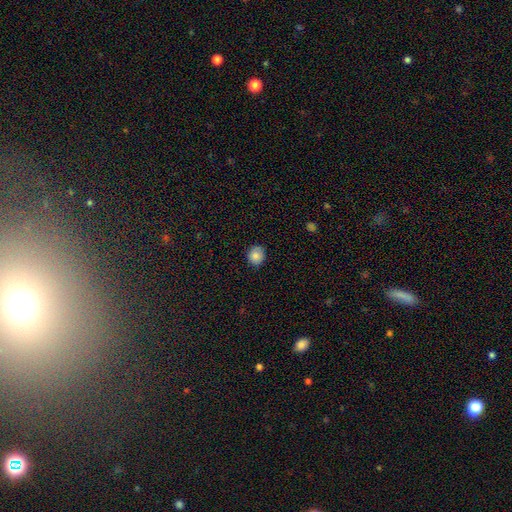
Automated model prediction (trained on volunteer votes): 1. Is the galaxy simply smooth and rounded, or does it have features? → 86% smooth, 9% star or artifact, 5% featured or disk.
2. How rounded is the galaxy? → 79% round, 21% in between, 1% cigar-shaped.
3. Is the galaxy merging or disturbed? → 84% none, 13% minor disturbance, 2% major disturbance, 1% merger.